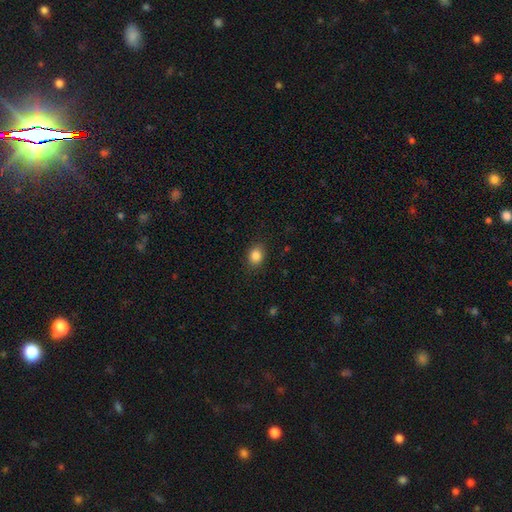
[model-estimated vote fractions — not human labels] Smooth or featured?
  - smooth: 85% *
  - star or artifact: 10%
  - featured or disk: 5%
How rounded?
  - round: 52% *
  - in between: 47%
  - cigar-shaped: 1%
Merging?
  - none: 87% *
  - minor disturbance: 9%
  - major disturbance: 3%
  - merger: 1%